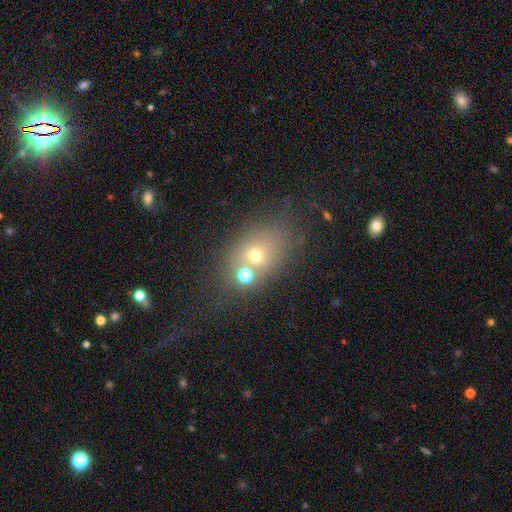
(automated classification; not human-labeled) A smooth galaxy with no disk features (58%) that is in between round and cigar-shaped (52%). Merging: none (50%).